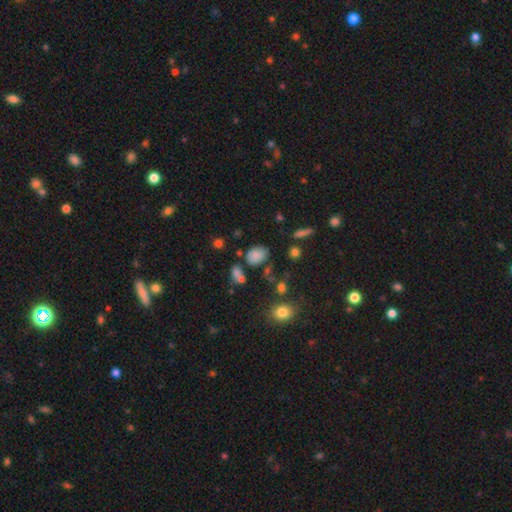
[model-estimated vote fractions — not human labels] Smooth or featured?
  - smooth: 77% *
  - star or artifact: 14%
  - featured or disk: 9%
How rounded?
  - in between: 76% *
  - round: 23%
  - cigar-shaped: 1%
Merging?
  - none: 63% *
  - minor disturbance: 21%
  - merger: 9%
  - major disturbance: 7%